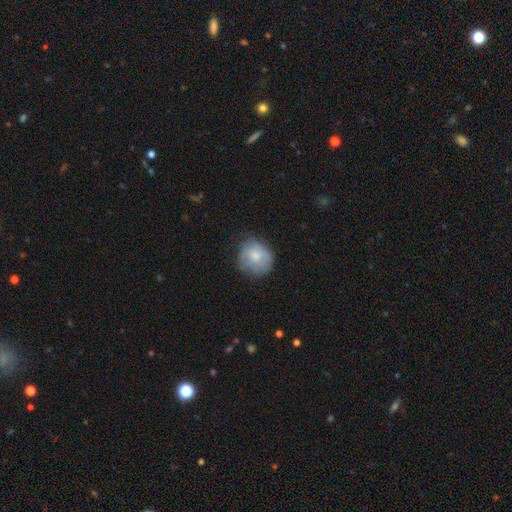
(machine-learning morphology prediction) Smooth or featured: smooth — 70% (featured or disk — 24%)
How rounded: round — 80% (in between — 19%)
Merging: none — 62% (minor disturbance — 28%)